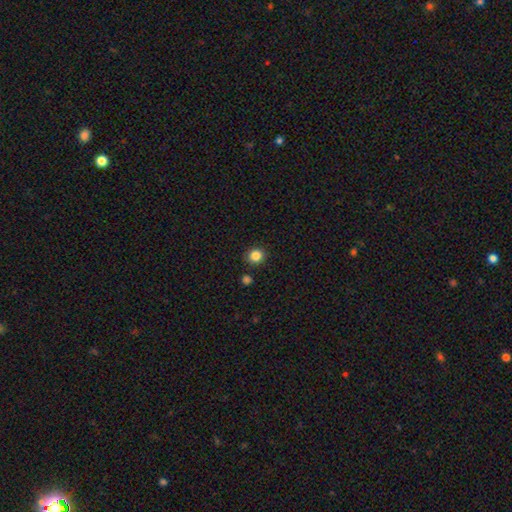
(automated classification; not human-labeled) The model was most divided on "how rounded": round: 85%, in between: 14%, cigar-shaped: 1%. More confident: merging — none (87%); smooth or featured — smooth (84%).